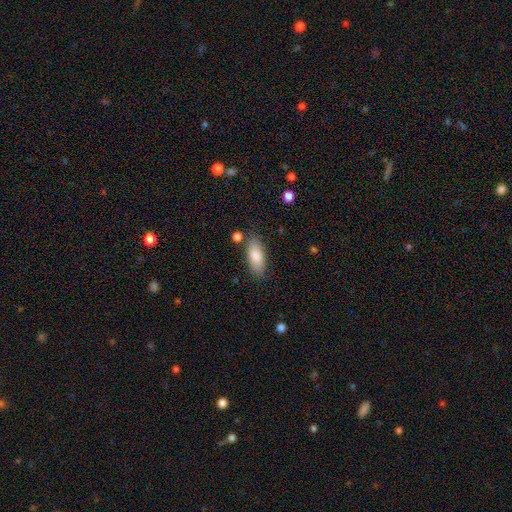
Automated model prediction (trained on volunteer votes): Smooth or featured? smooth (84%)
How rounded? in between (83%)
Merging? none (79%)